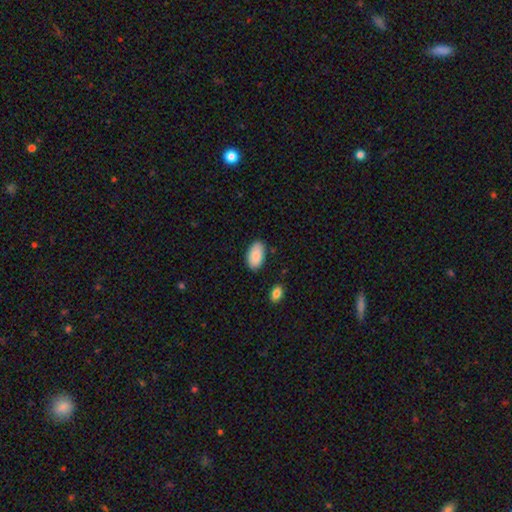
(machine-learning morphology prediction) smooth_or_featured: smooth (p=0.89) [alt: star or artifact p=0.06]
how_rounded: in between (p=0.95) [alt: round p=0.03]
merging: none (p=0.83) [alt: minor disturbance p=0.13]